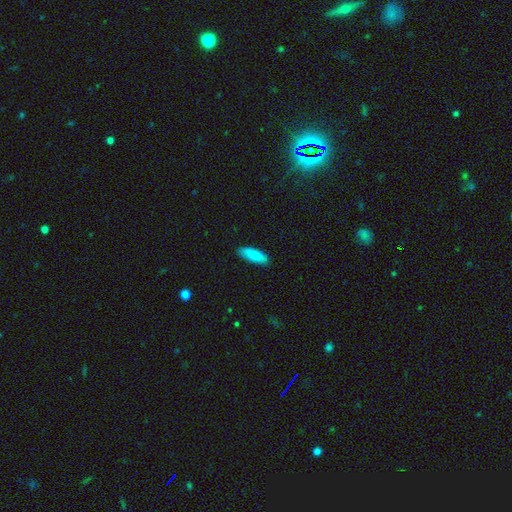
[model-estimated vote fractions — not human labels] This is clearly a smooth galaxy (89%). How rounded: possibly in between (53%). Merging: clearly none (87%).